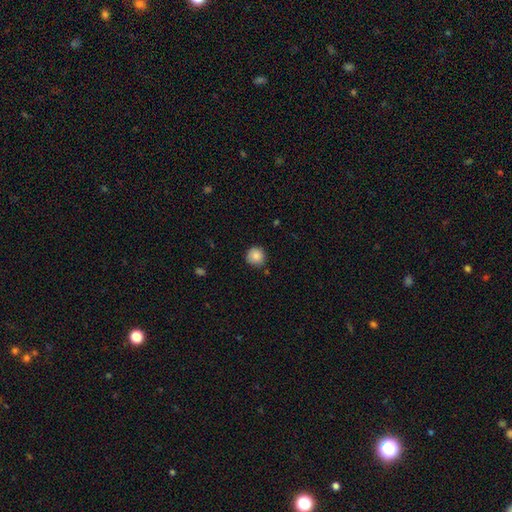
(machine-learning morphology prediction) Smooth or featured?
  - smooth: 86% *
  - star or artifact: 9%
  - featured or disk: 5%
How rounded?
  - round: 94% *
  - in between: 5%
  - cigar-shaped: 1%
Merging?
  - none: 83% *
  - minor disturbance: 13%
  - major disturbance: 2%
  - merger: 2%